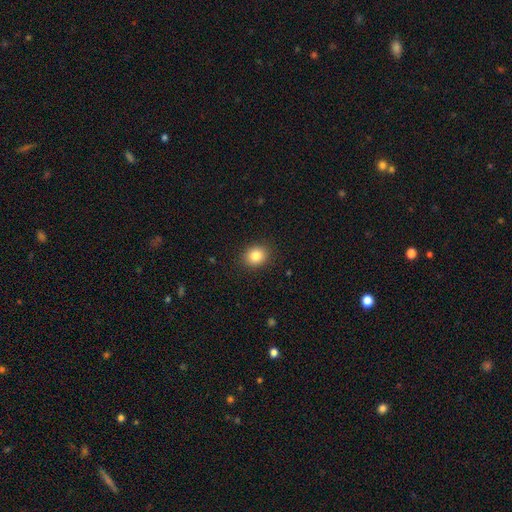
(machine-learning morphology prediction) Smooth or featured?
  - smooth: 84% *
  - star or artifact: 10%
  - featured or disk: 6%
How rounded?
  - round: 66% *
  - in between: 34%
  - cigar-shaped: 1%
Merging?
  - none: 90% *
  - minor disturbance: 7%
  - major disturbance: 2%
  - merger: 1%